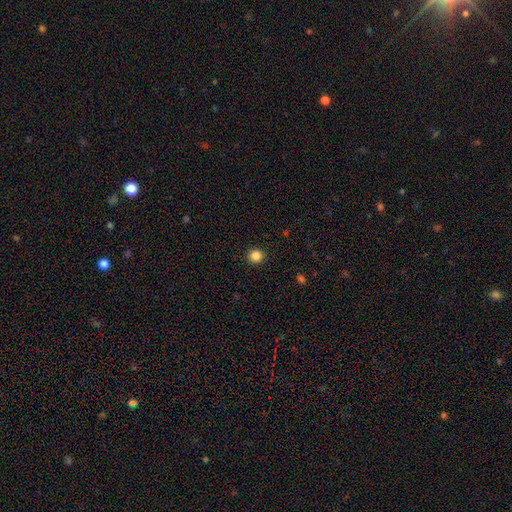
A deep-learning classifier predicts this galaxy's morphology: A smooth galaxy with no disk features (85%) that is round (90%). Merging: none (92%).